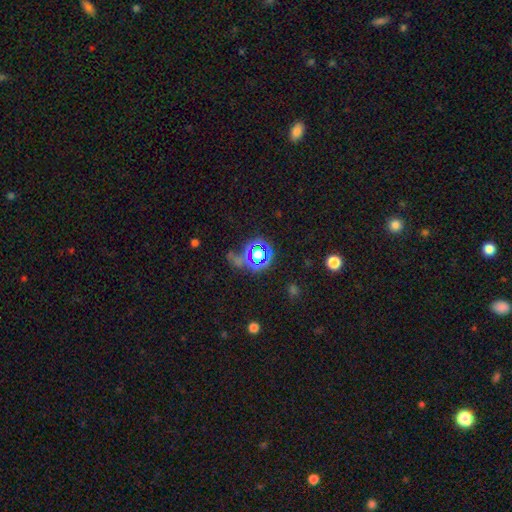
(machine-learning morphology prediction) star or artifact 63%, smooth 26%, featured or disk 11%.